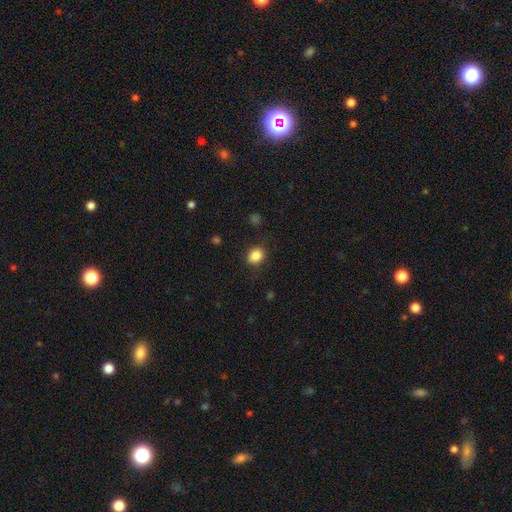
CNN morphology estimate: The model was most divided on "how rounded": round: 64%, in between: 35%, cigar-shaped: 1%. More confident: merging — none (86%); smooth or featured — smooth (86%).